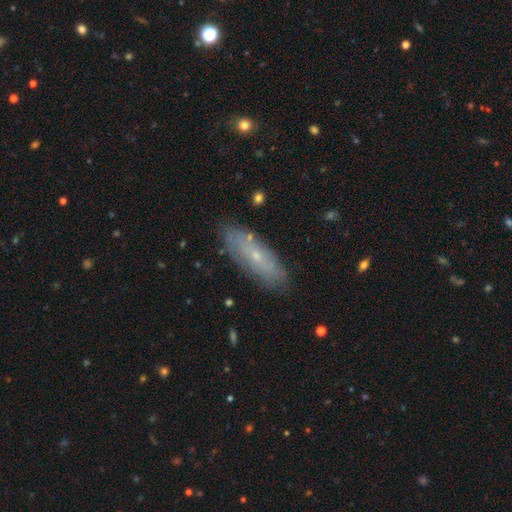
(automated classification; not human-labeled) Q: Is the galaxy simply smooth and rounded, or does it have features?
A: featured or disk — 51%.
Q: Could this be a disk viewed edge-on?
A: no — 70%.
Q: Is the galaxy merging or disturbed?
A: none — 81%.